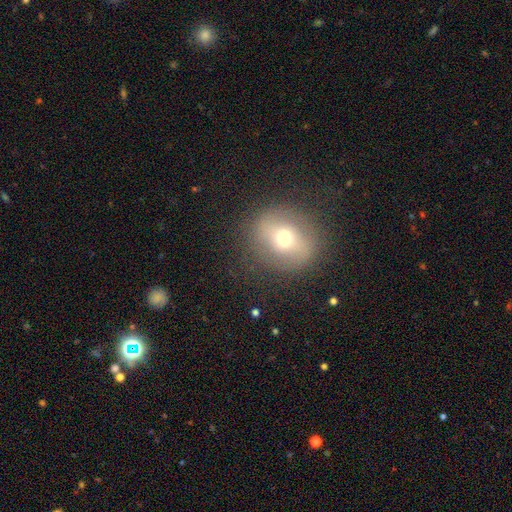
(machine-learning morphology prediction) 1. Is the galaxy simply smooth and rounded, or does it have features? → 47% smooth, 38% featured or disk, 14% star or artifact.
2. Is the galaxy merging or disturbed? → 84% none, 10% minor disturbance, 5% major disturbance, 1% merger.